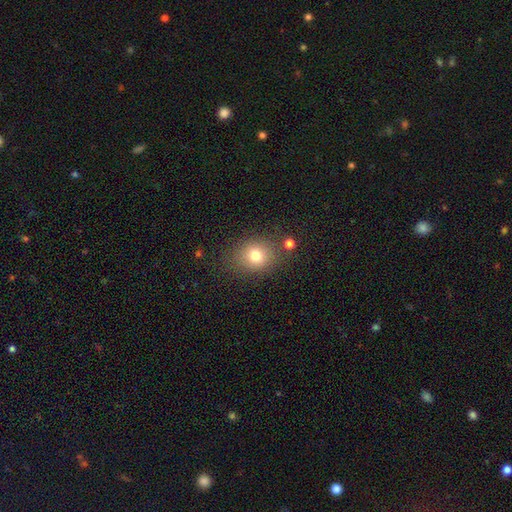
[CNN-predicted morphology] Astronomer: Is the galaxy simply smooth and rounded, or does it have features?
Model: smooth — 77%.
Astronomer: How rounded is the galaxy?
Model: round — 66%.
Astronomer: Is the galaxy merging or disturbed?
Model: none — 78%.